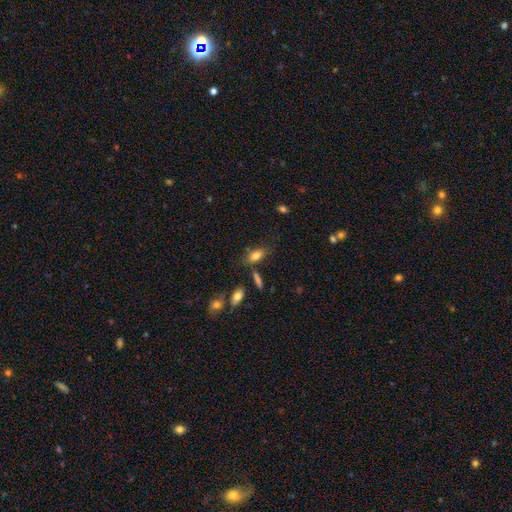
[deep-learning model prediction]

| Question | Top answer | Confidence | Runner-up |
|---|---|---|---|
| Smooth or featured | smooth | 78% | featured or disk (13%) |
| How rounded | in between | 83% | cigar-shaped (12%) |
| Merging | none | 67% | minor disturbance (19%) |